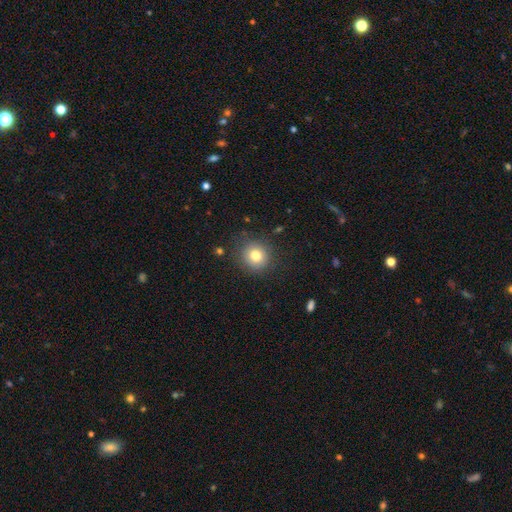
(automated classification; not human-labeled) smooth_or_featured: smooth (p=0.79) [alt: star or artifact p=0.11]
how_rounded: round (p=0.89) [alt: in between p=0.10]
merging: none (p=0.84) [alt: minor disturbance p=0.11]